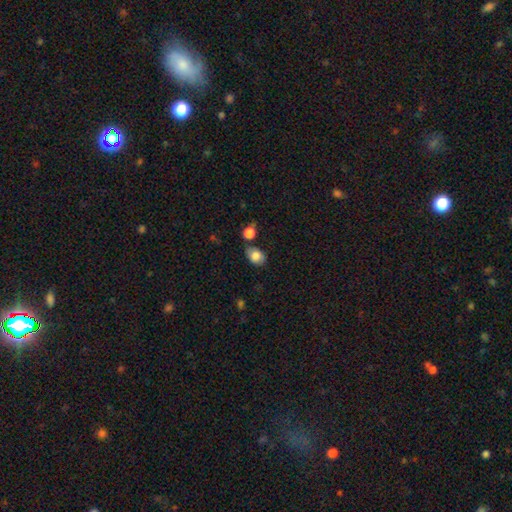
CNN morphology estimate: smooth_or_featured: smooth (p=0.82) [alt: featured or disk p=0.09]
how_rounded: in between (p=0.76) [alt: round p=0.23]
merging: none (p=0.70) [alt: minor disturbance p=0.17]